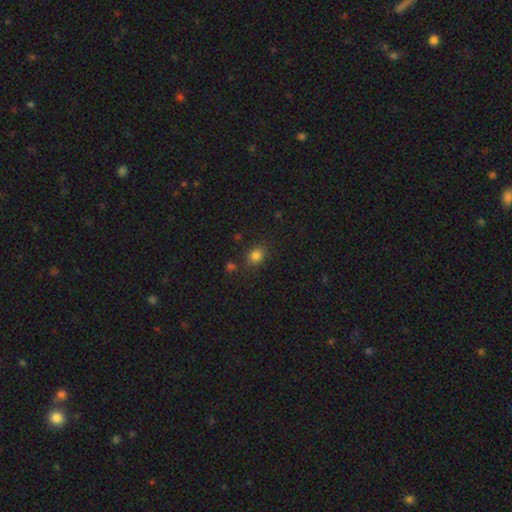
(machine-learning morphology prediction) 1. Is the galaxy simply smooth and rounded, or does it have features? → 80% smooth, 14% star or artifact, 6% featured or disk.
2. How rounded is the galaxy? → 62% round, 37% in between, 1% cigar-shaped.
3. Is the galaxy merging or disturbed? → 80% none, 13% minor disturbance, 4% merger, 4% major disturbance.